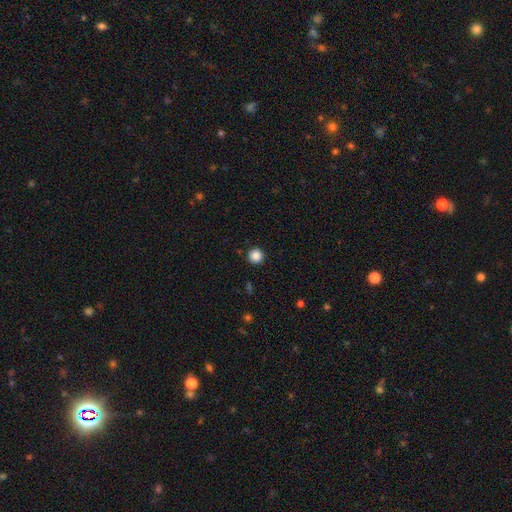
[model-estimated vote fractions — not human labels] Smooth or featured? Predicted: smooth (p=0.87). How rounded? Predicted: round (p=0.96). Merging? Predicted: none (p=0.92).